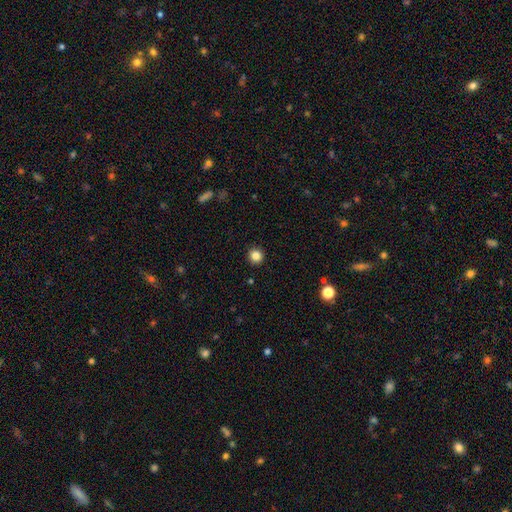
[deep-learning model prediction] smooth 84%, star or artifact 12%, featured or disk 4%. Down the decision tree: how rounded — round (93%); merging — none (92%).